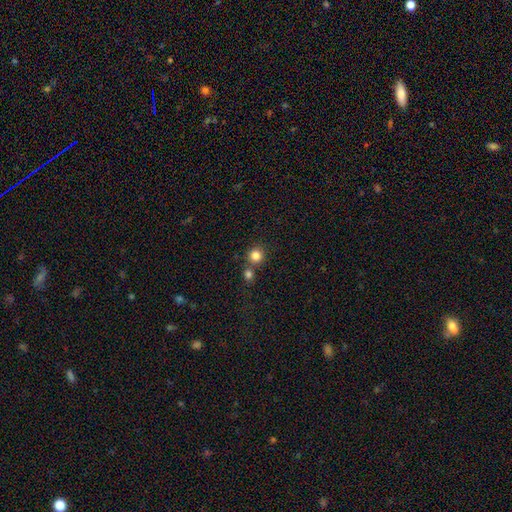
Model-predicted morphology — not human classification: The model was most divided on "merging": none: 67%, merger: 24%, minor disturbance: 7%, major disturbance: 3%. More confident: how rounded — round (92%); smooth or featured — smooth (83%).